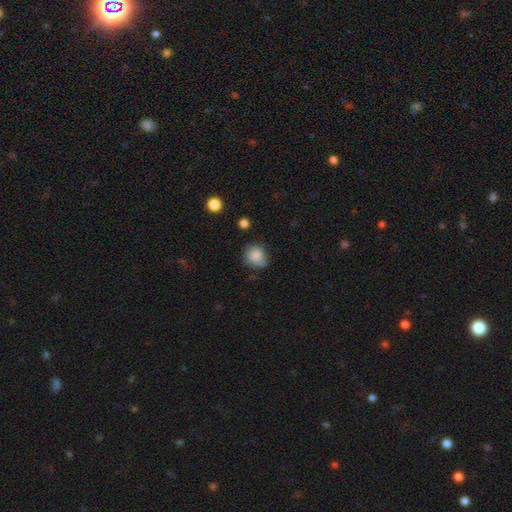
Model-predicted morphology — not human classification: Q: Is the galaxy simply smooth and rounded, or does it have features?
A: smooth — 82%.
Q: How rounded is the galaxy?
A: round — 78%.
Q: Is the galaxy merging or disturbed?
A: none — 57%.